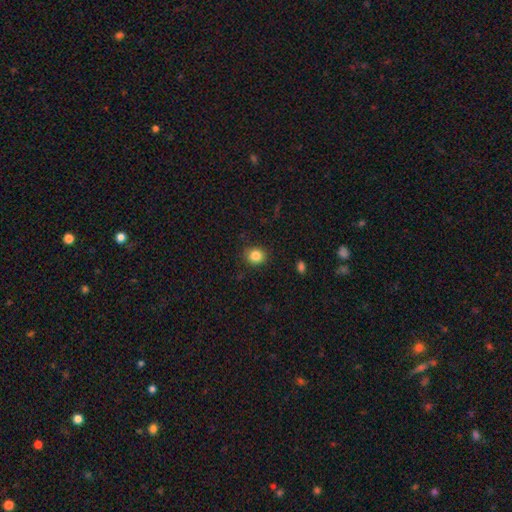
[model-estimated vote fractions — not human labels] smooth-or-featured: smooth: 84% | star or artifact: 11% | featured or disk: 5%
  how-rounded: round: 76% | in between: 23% | cigar-shaped: 1%
  merging: none: 88% | minor disturbance: 8% | major disturbance: 2% | merger: 1%